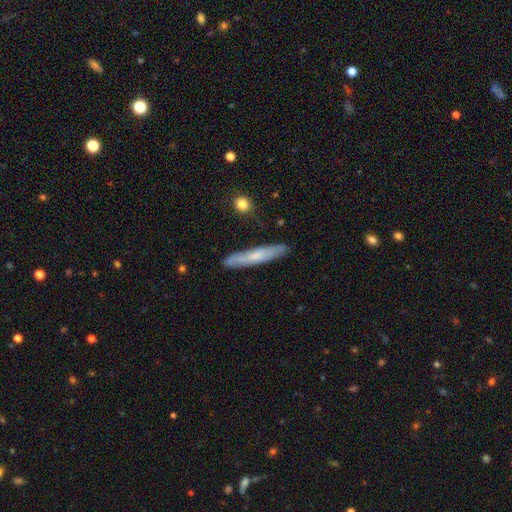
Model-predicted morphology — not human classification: Smooth or featured?
  - smooth: 55% *
  - featured or disk: 39%
  - star or artifact: 6%
How rounded?
  - cigar-shaped: 92% *
  - in between: 7%
  - round: 1%
Merging?
  - none: 86% *
  - minor disturbance: 11%
  - major disturbance: 2%
  - merger: 1%